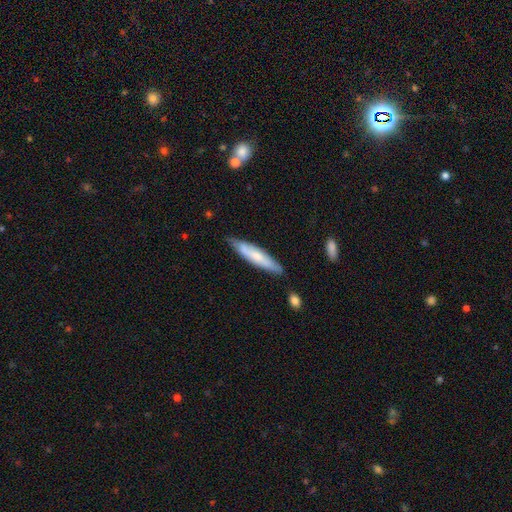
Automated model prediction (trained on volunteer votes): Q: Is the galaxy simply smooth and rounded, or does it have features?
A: smooth — 57%.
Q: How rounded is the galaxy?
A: cigar-shaped — 85%.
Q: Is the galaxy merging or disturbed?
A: none — 77%.